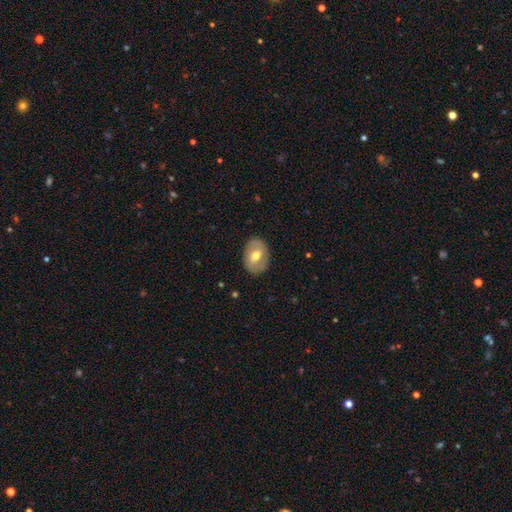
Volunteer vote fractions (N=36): Smooth or featured: featured or disk — 50% (smooth — 47%)
Edge-on disk: no — 89% (yes — 11%)
Bar: weak — 69% (no — 19%)
Spiral arms: yes — 50% (tied with no — 50%)
Spiral winding: tight — 50% (tied with medium — 50%)
Spiral arm count: 2 — 88% (can't tell — 12%)
Bulge size: moderate — 94% (large — 6%)
Merging: none — 89% (minor disturbance — 9%)